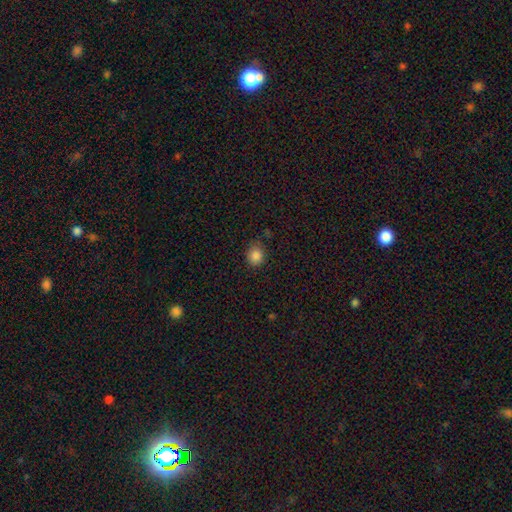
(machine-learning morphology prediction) Smooth or featured? smooth (85%)
How rounded? round (73%)
Merging? none (77%)